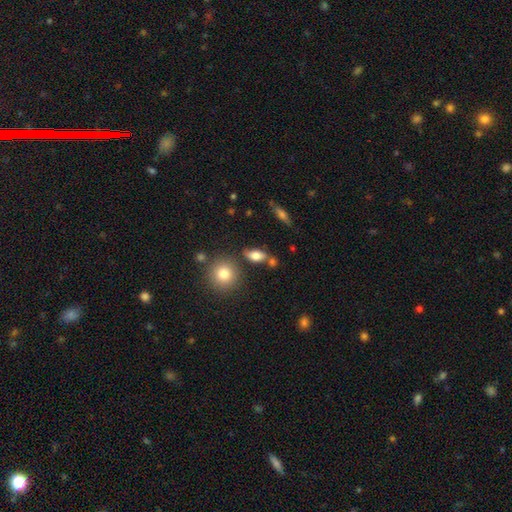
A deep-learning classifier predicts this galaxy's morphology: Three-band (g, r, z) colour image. It shows a smooth galaxy with no disk features (72%) that is in between round and cigar-shaped (79%). Merging: none (68%).